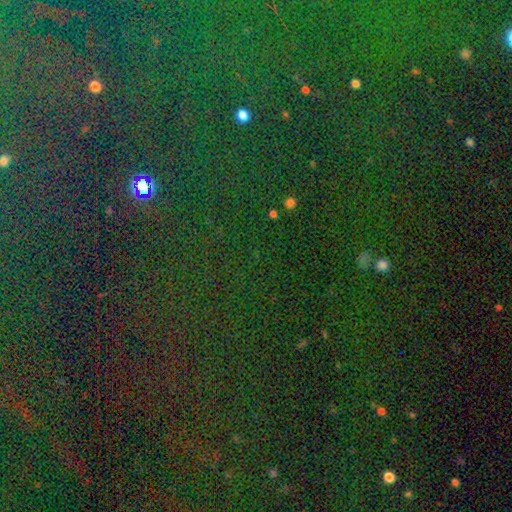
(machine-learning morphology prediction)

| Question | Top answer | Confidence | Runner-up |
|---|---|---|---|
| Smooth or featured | star or artifact | 82% | smooth (10%) |